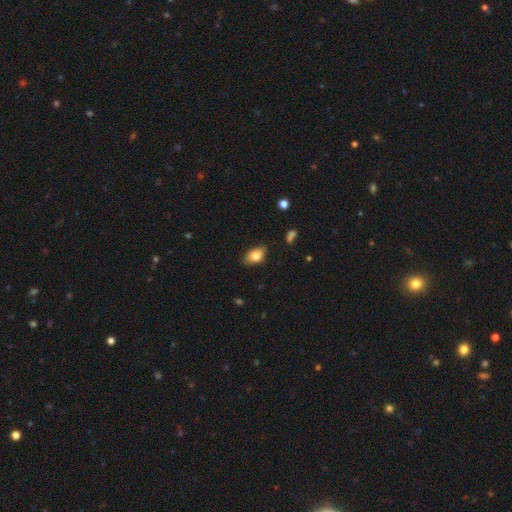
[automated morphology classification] Smooth or featured: smooth — 83% (featured or disk — 9%)
How rounded: in between — 86% (round — 12%)
Merging: none — 77% (minor disturbance — 19%)